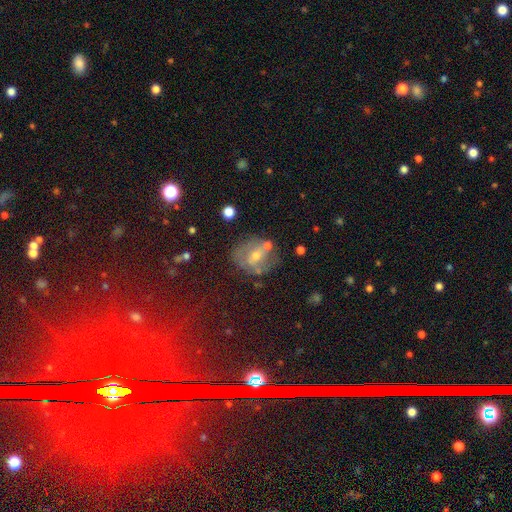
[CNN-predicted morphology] featured or disk 50%, smooth 39%, star or artifact 11%. Down the decision tree: edge-on disk — no (95%); merging — none (53%).